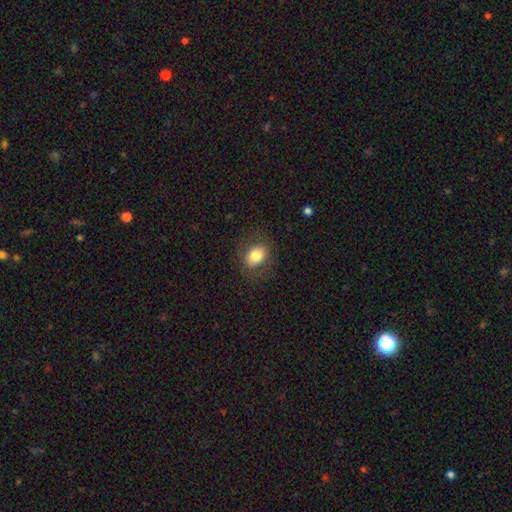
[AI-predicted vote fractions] Smooth or featured? smooth (80%)
How rounded? in between (68%)
Merging? none (80%)